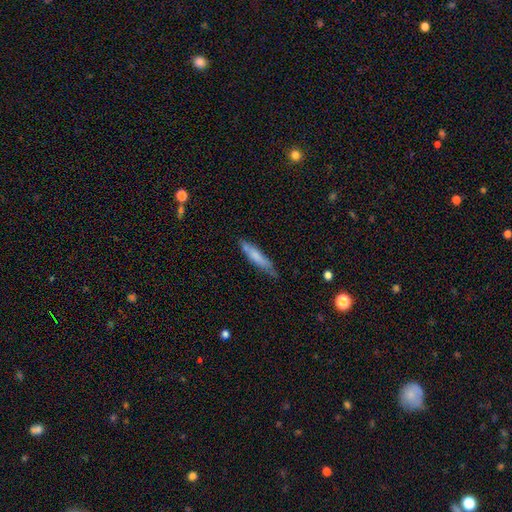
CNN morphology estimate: type=smooth (68%); roundness=cigar-shaped (86%); merging=none (70%).